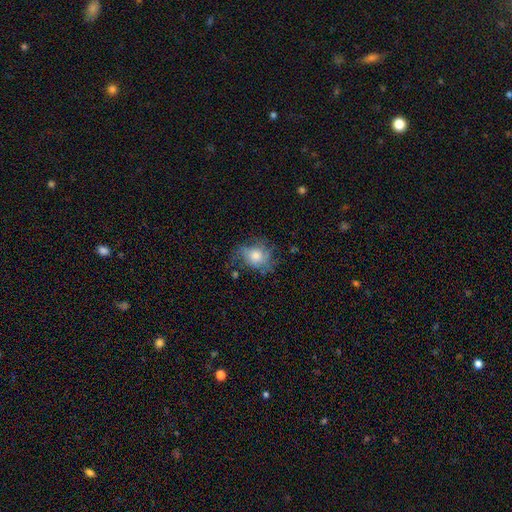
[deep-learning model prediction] Q: Smooth or featured?
A: smooth (50%); runner-up: featured or disk (39%)
Q: How rounded?
A: round (55%); runner-up: in between (43%)
Q: Merging?
A: none (50%); runner-up: minor disturbance (26%)